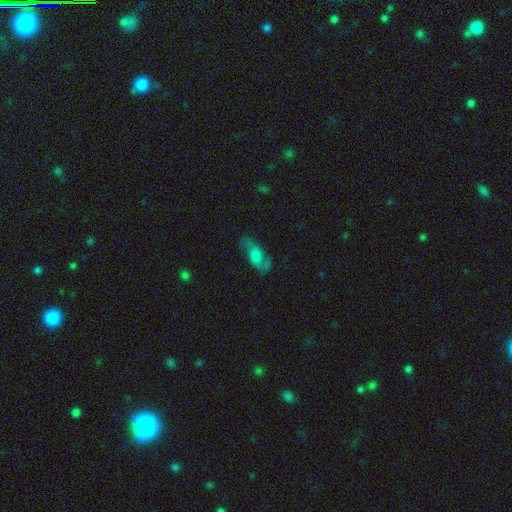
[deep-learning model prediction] This appears to be a smooth galaxy with no disk features (49%). Merging: none (62%).